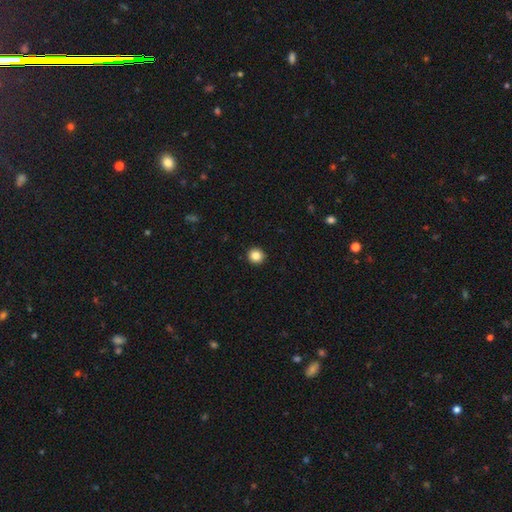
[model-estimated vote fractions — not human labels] Overall: smooth (85%). How rounded: round (94%). Merging: none (94%).